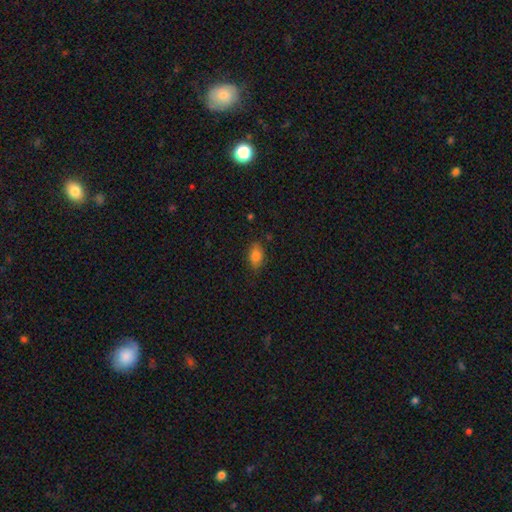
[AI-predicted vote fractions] Morphology: type=smooth (83%); roundness=in between (87%); merging=none (78%).